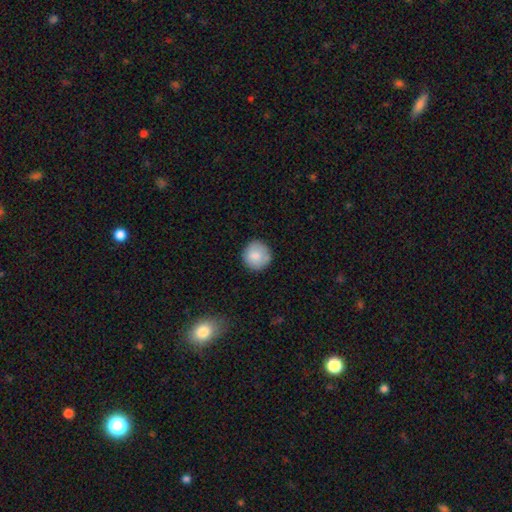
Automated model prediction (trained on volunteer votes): Overall: smooth (83%). How rounded: round (94%). Merging: none (85%).